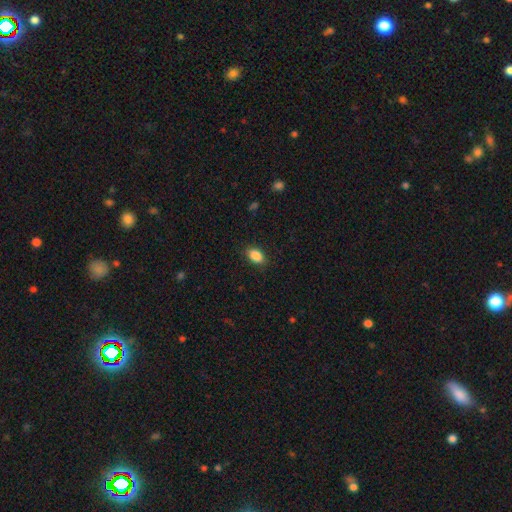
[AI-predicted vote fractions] smooth 88%, star or artifact 8%, featured or disk 4%. Down the decision tree: how rounded — in between (85%); merging — none (85%).